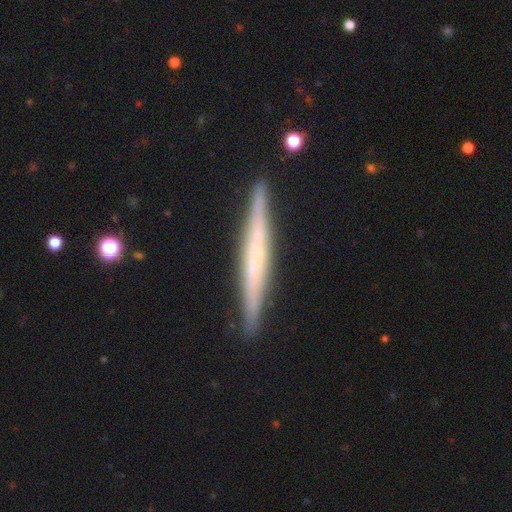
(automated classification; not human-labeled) Smooth or featured?
  - featured or disk: 65% *
  - smooth: 29%
  - star or artifact: 6%
Edge-on disk?
  - yes: 96% *
  - no: 4%
Edge-on bulge?
  - none: 68% *
  - rounded: 18%
  - boxy: 14%
Merging?
  - none: 90% *
  - minor disturbance: 8%
  - major disturbance: 1%
  - merger: 1%